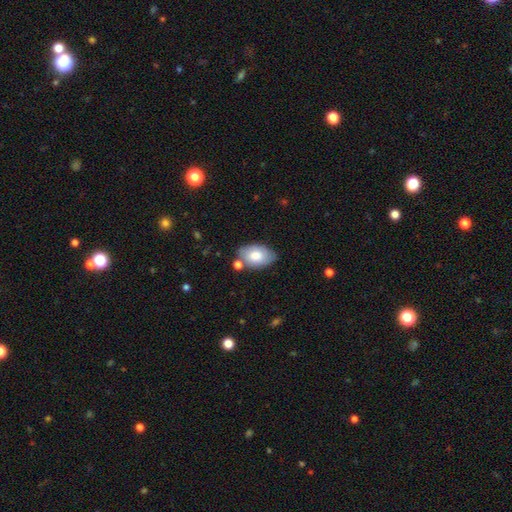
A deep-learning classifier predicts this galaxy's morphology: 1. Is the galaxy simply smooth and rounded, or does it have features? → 76% smooth, 18% featured or disk, 6% star or artifact.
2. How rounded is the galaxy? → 91% in between, 8% round, 1% cigar-shaped.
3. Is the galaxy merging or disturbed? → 67% none, 20% minor disturbance, 8% merger, 5% major disturbance.